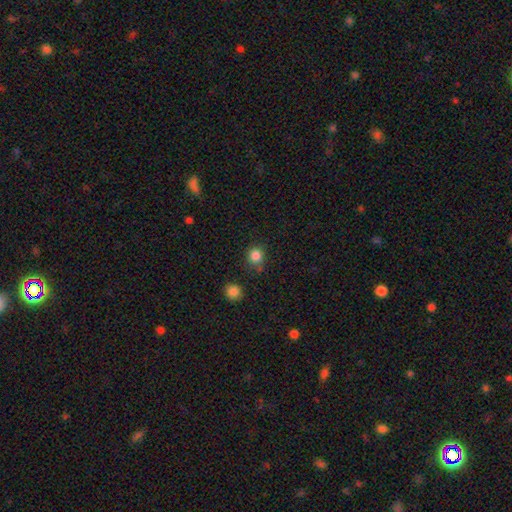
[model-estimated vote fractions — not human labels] Smooth or featured? Predicted: smooth (p=0.84). How rounded? Predicted: round (p=0.89). Merging? Predicted: none (p=0.78).